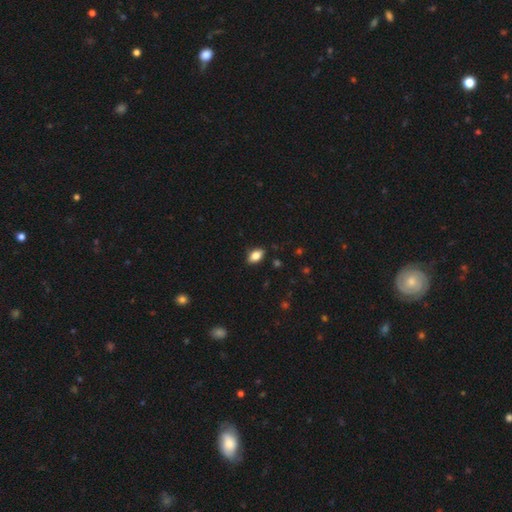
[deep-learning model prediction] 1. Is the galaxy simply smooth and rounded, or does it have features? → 83% smooth, 9% featured or disk, 8% star or artifact.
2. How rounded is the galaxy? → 88% in between, 8% round, 3% cigar-shaped.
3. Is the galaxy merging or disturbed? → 86% none, 11% minor disturbance, 2% major disturbance, 1% merger.